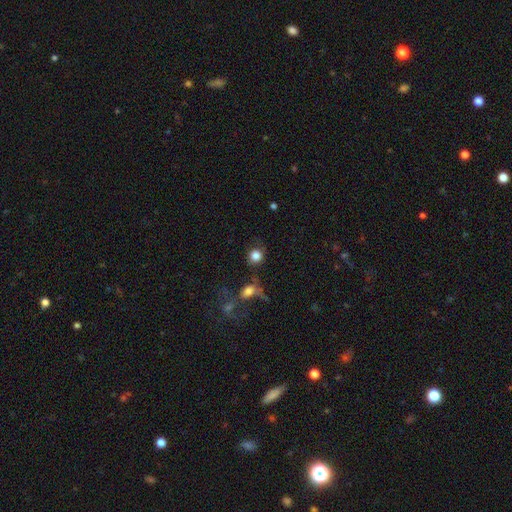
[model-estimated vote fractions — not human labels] smooth_or_featured: smooth (p=0.82) [alt: star or artifact p=0.11]
how_rounded: round (p=0.86) [alt: in between p=0.13]
merging: none (p=0.65) [alt: minor disturbance p=0.15]